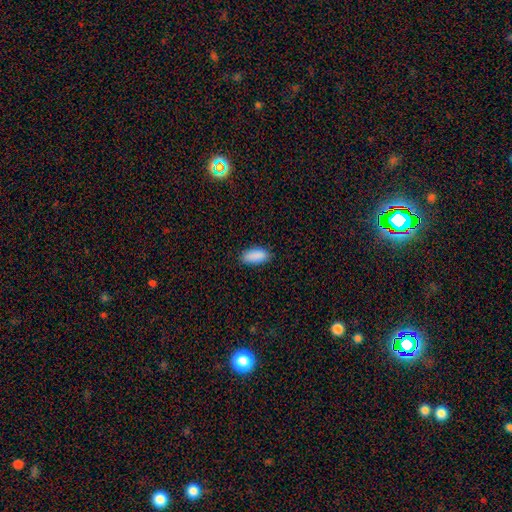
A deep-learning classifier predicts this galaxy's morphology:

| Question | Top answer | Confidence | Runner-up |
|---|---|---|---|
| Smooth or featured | smooth | 90% | star or artifact (7%) |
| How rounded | in between | 90% | cigar-shaped (8%) |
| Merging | none | 87% | minor disturbance (10%) |